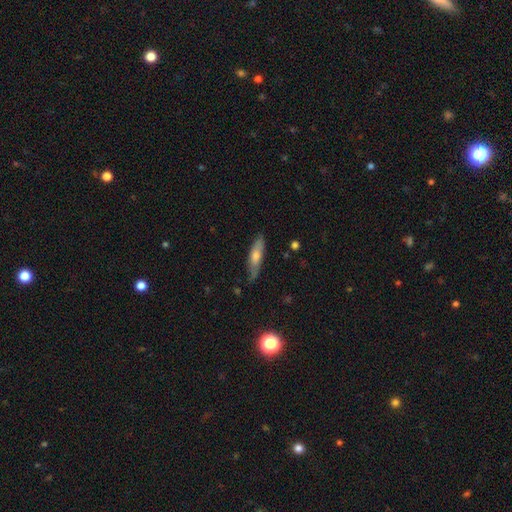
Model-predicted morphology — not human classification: Smooth or featured: smooth — 54% (featured or disk — 38%)
How rounded: cigar-shaped — 67% (in between — 31%)
Merging: none — 74% (minor disturbance — 21%)